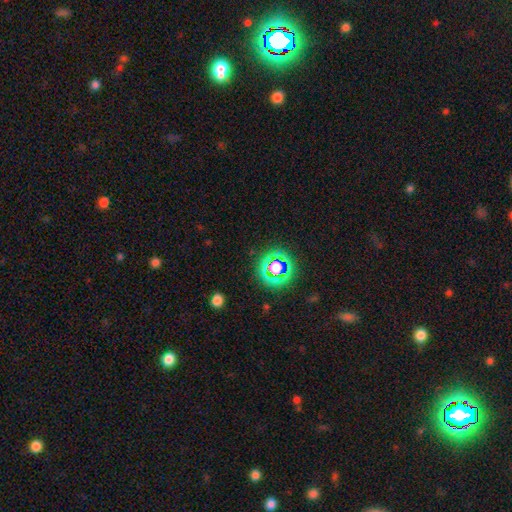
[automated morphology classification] A star or artifact, not a galaxy (63%).

Vote fractions:
- Smooth or featured? star or artifact: 63% / smooth: 28% / featured or disk: 8%